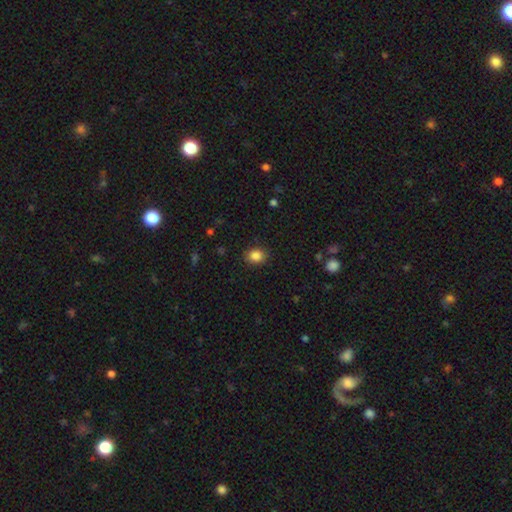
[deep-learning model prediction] smooth_or_featured: smooth (p=0.86) [alt: star or artifact p=0.10]
how_rounded: round (p=0.59) [alt: in between p=0.40]
merging: none (p=0.88) [alt: minor disturbance p=0.08]